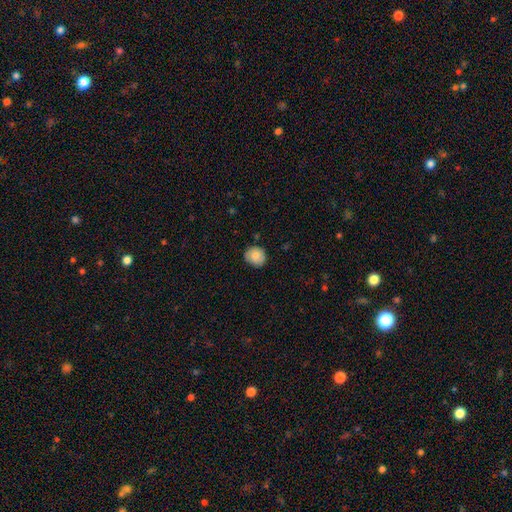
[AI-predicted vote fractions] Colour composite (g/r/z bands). It shows a smooth galaxy with no disk features (80%) that is round (81%). Merging: none (77%).